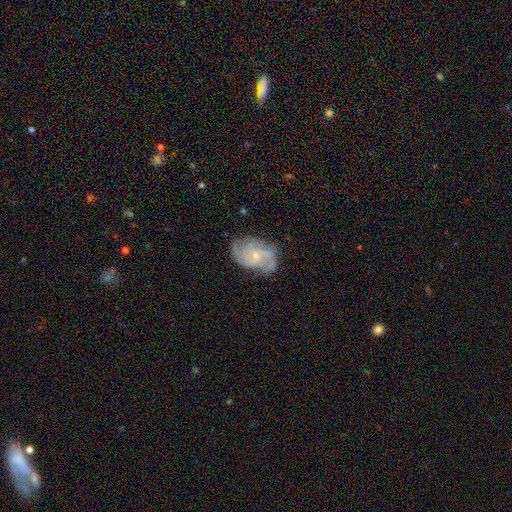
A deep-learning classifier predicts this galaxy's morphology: A featured or disk galaxy (82%) with no bar (66%), 3 (35%) medium (45%) spiral arms (96%) and a small central bulge (68%).

Vote fractions:
- Smooth or featured? featured or disk: 82% / smooth: 12% / star or artifact: 6%
- Edge-on disk? no: 98% / yes: 2%
- Bar? no: 66% / weak: 30% / strong: 4%
- Spiral arms? yes: 96% / no: 4%
- Spiral winding? medium: 45% / tight: 43% / loose: 12%
- Spiral arm count? 3: 35% / 2: 29% / can't tell: 17% / 4: 9% / 1: 5% / more than 4: 5%
- Bulge size? small: 68% / moderate: 26% / none: 3% / large: 1% / dominant: 1%
- Merging? none: 71% / minor disturbance: 21% / major disturbance: 6% / merger: 1%